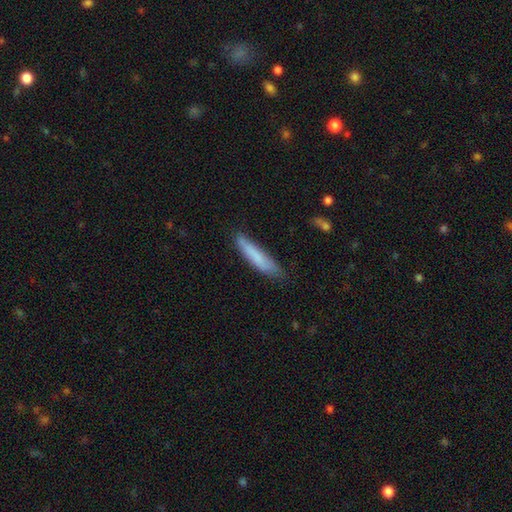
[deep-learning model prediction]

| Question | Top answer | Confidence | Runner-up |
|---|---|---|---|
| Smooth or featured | smooth | 78% | featured or disk (17%) |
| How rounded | cigar-shaped | 87% | in between (11%) |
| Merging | none | 74% | minor disturbance (20%) |